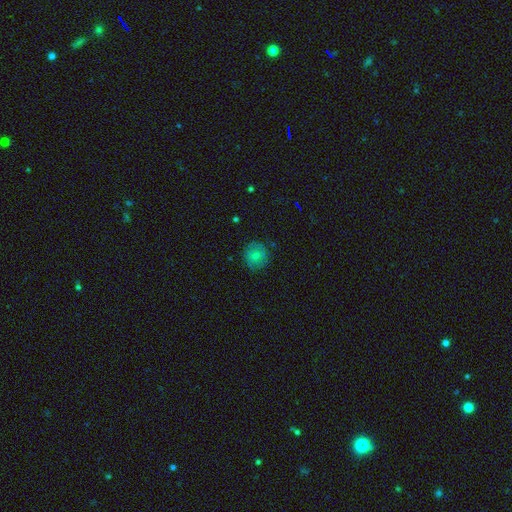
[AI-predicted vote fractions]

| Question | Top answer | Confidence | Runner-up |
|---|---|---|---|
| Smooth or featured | smooth | 68% | featured or disk (22%) |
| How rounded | round | 90% | in between (9%) |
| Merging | none | 82% | minor disturbance (14%) |